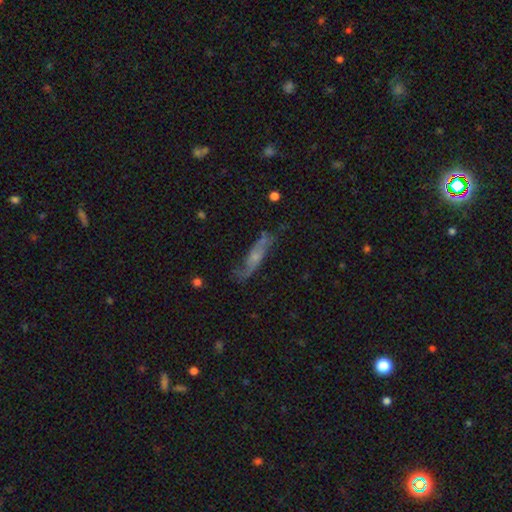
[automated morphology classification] smooth_or_featured: featured or disk (p=0.63) [alt: smooth p=0.29]
disk_edge_on: no (p=0.66) [alt: yes p=0.34]
merging: none (p=0.62) [alt: minor disturbance p=0.24]